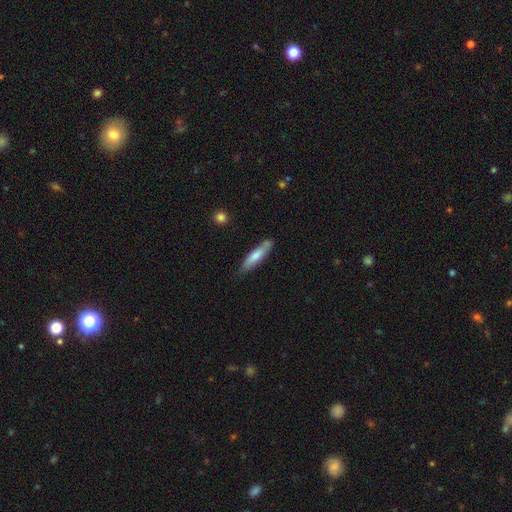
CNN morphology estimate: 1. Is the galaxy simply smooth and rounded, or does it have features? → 69% smooth, 26% featured or disk, 5% star or artifact.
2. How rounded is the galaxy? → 79% cigar-shaped, 20% in between, 1% round.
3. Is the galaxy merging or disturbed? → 76% none, 18% minor disturbance, 3% major disturbance, 3% merger.